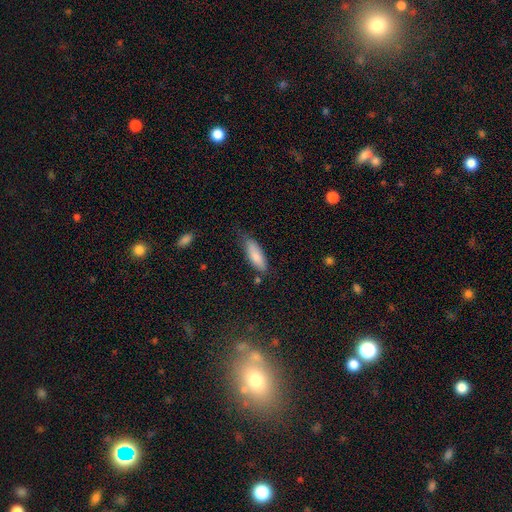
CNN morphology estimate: This appears to be a smooth galaxy with no disk features (81%) that is in between round and cigar-shaped (61%). Merging: none (62%).